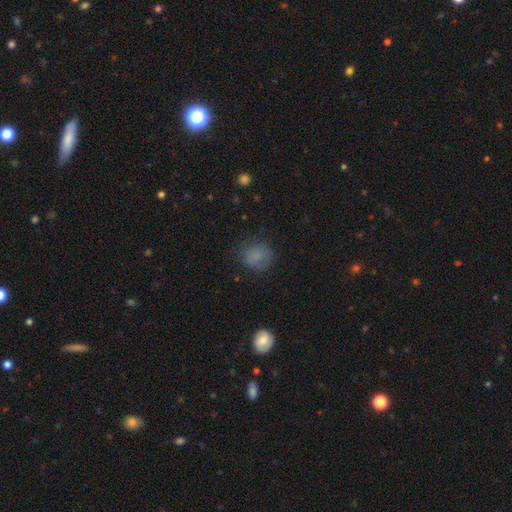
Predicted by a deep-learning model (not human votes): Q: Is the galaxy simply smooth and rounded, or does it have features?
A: smooth — 79%.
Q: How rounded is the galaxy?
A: round — 79%.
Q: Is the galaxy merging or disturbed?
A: none — 72%.